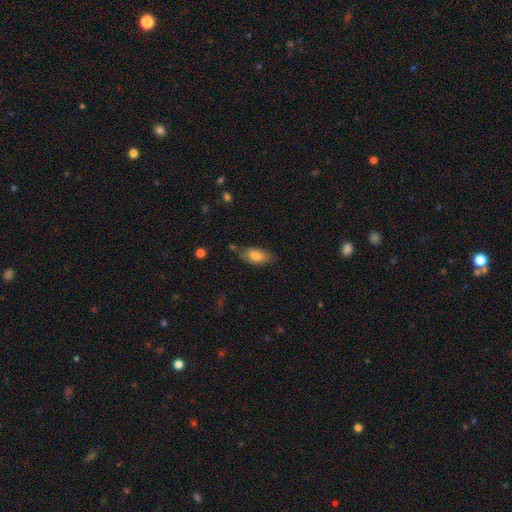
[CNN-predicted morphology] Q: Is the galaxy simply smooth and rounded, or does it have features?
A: smooth — 76%.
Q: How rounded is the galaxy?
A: in between — 89%.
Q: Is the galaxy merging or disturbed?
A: none — 69%.